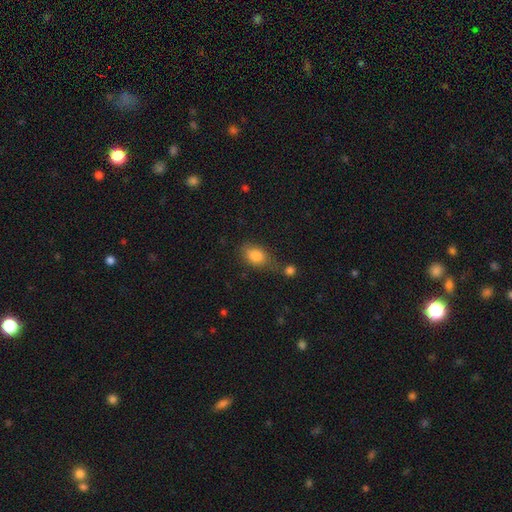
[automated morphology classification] This is clearly a smooth galaxy (83%). How rounded: likely in between (77%). Merging: possibly none (56%).